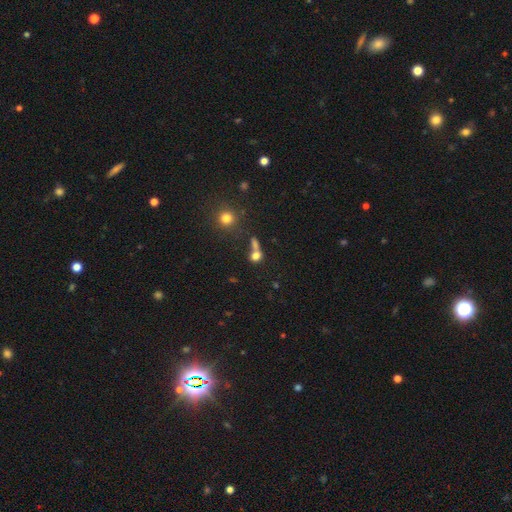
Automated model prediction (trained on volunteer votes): The model was most divided on "merging": merger: 43%, none: 40%, minor disturbance: 9%, major disturbance: 7%. More confident: smooth or featured — smooth (74%); how rounded — round (65%).